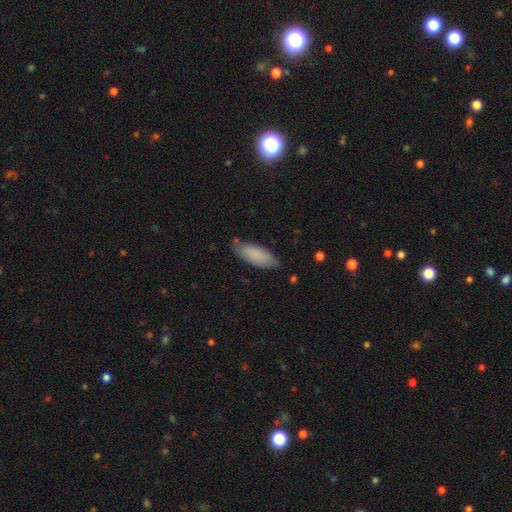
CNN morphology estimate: Q: Smooth or featured?
A: smooth (83%); runner-up: featured or disk (10%)
Q: How rounded?
A: in between (74%); runner-up: cigar-shaped (25%)
Q: Merging?
A: none (76%); runner-up: minor disturbance (19%)